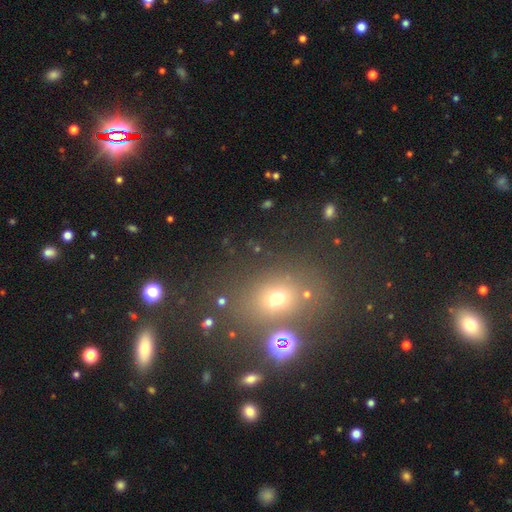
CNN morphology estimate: smooth_or_featured: smooth (p=0.49) [alt: star or artifact p=0.37]
merging: none (p=0.72) [alt: merger p=0.12]